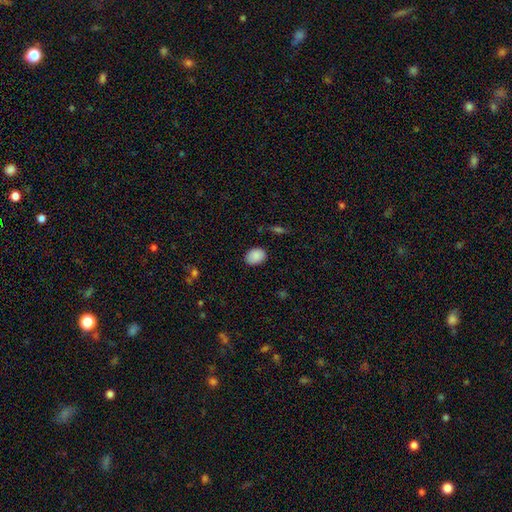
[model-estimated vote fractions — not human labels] smooth 89%, star or artifact 8%, featured or disk 4%. Down the decision tree: how rounded — in between (72%); merging — none (84%).